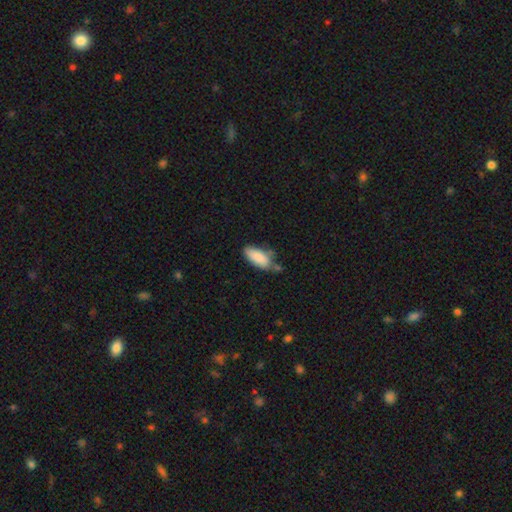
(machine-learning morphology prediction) Overall: smooth (87%). How rounded: in between (87%). Merging: none (51%; minor disturbance 32%).